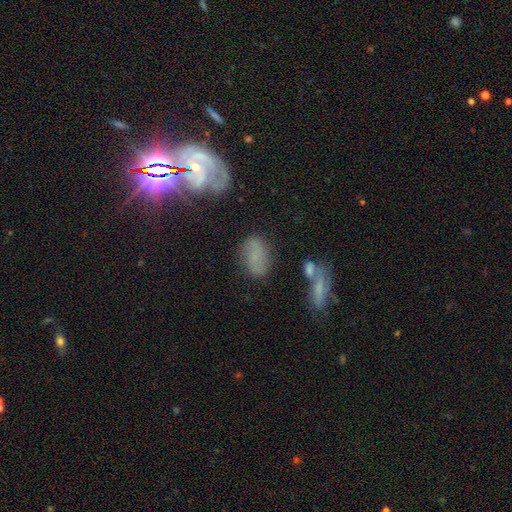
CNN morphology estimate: This is possibly a smooth galaxy (52%). How rounded: clearly in between (86%). Merging: likely none (64%).